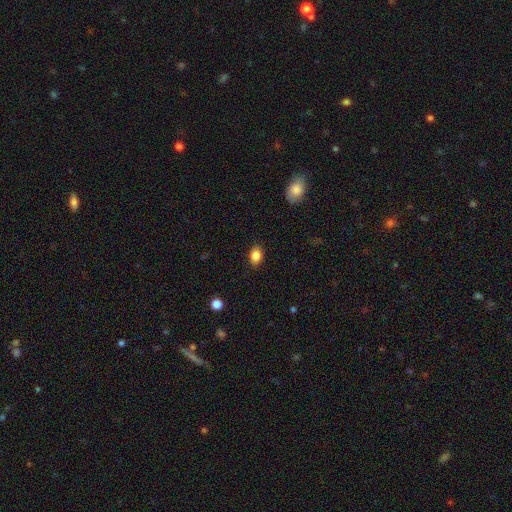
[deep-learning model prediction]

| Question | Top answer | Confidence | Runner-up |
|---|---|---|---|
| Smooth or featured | smooth | 85% | star or artifact (9%) |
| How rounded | in between | 77% | round (22%) |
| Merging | none | 88% | minor disturbance (9%) |